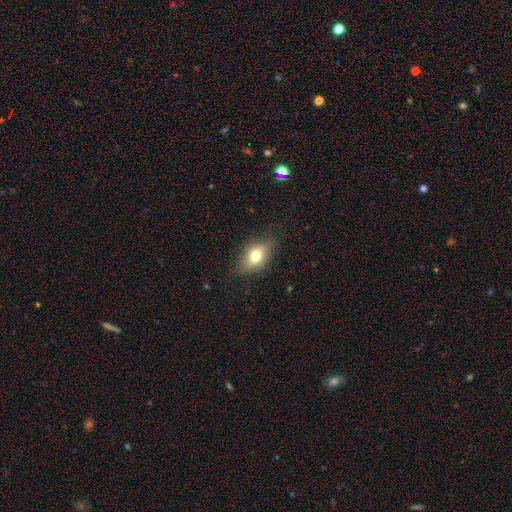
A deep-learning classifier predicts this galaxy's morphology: This appears to be a smooth galaxy with no disk features (69%) that is in between round and cigar-shaped (79%). Merging: none (80%).